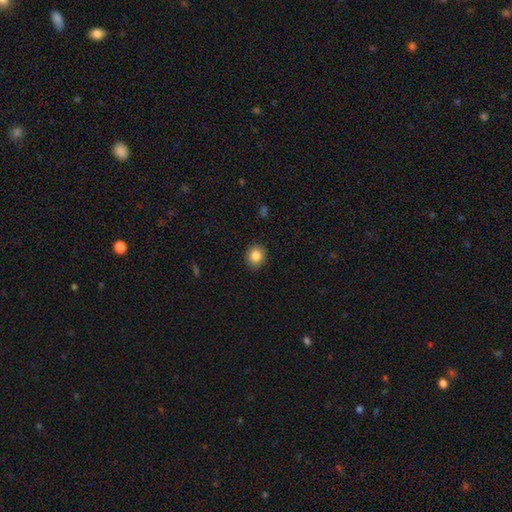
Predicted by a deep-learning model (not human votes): This is clearly a smooth galaxy (86%). How rounded: likely round (71%). Merging: clearly none (89%).